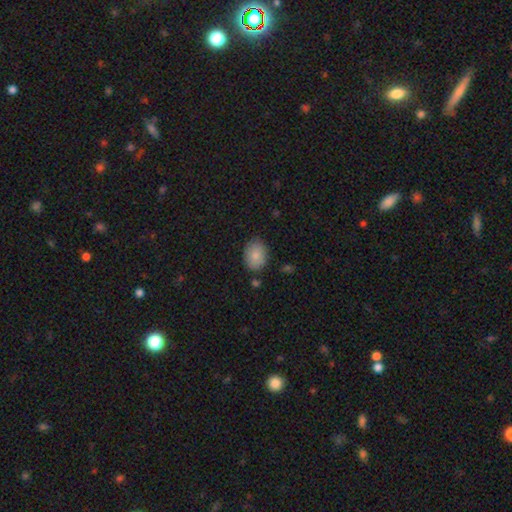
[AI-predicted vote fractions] A smooth galaxy with no disk features (85%) that is in between round and cigar-shaped (68%).

Vote fractions:
- Smooth or featured? smooth: 85% / featured or disk: 8% / star or artifact: 7%
- How rounded? in between: 68% / round: 31% / cigar-shaped: 1%
- Merging? none: 81% / minor disturbance: 14% / major disturbance: 3% / merger: 2%